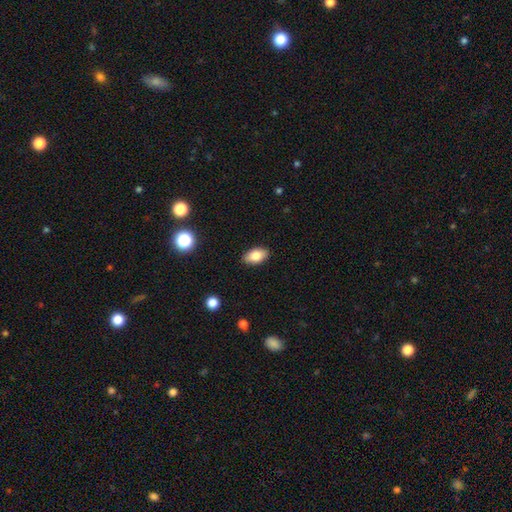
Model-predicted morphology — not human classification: The model was most divided on "smooth or featured": smooth: 82%, featured or disk: 10%, star or artifact: 8%. More confident: how rounded — in between (93%); merging — none (89%).